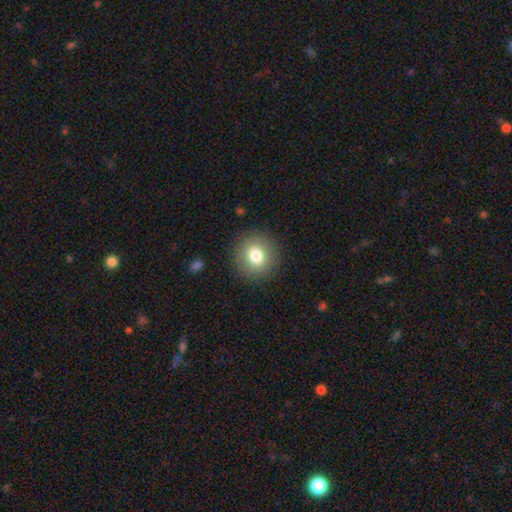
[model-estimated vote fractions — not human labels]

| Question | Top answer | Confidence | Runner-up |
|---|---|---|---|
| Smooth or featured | smooth | 78% | featured or disk (12%) |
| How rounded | round | 90% | in between (9%) |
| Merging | none | 90% | minor disturbance (7%) |